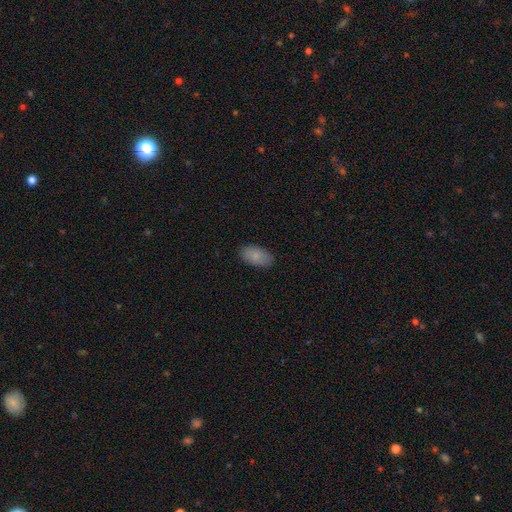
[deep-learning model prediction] Smooth or featured? Predicted: smooth (p=0.83). How rounded? Predicted: in between (p=0.94). Merging? Predicted: none (p=0.86).